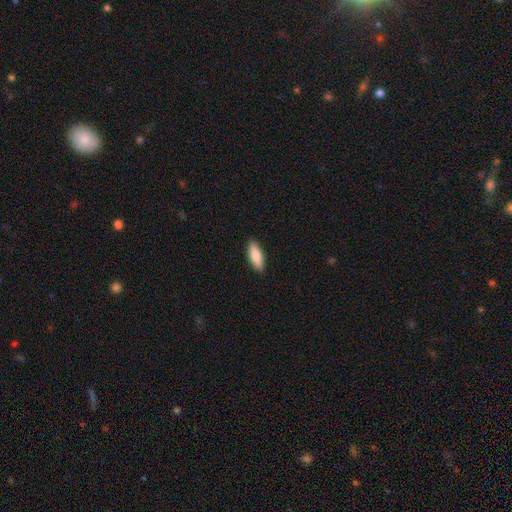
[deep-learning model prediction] smooth 80%, featured or disk 15%, star or artifact 6%. Down the decision tree: how rounded — in between (64%); merging — none (90%).